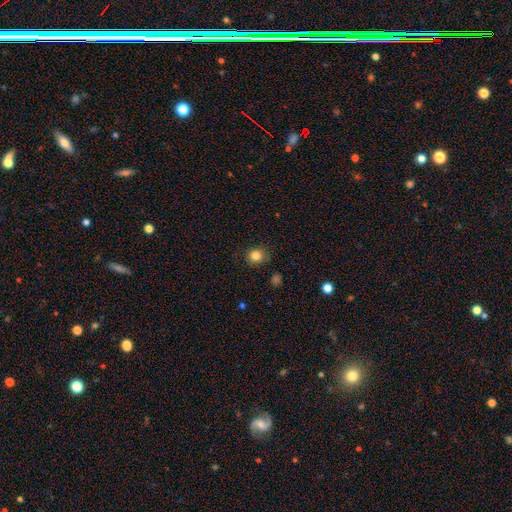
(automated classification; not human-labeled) Smooth or featured?
  - smooth: 83% *
  - star or artifact: 12%
  - featured or disk: 5%
How rounded?
  - round: 79% *
  - in between: 20%
  - cigar-shaped: 1%
Merging?
  - none: 86% *
  - minor disturbance: 11%
  - major disturbance: 2%
  - merger: 1%